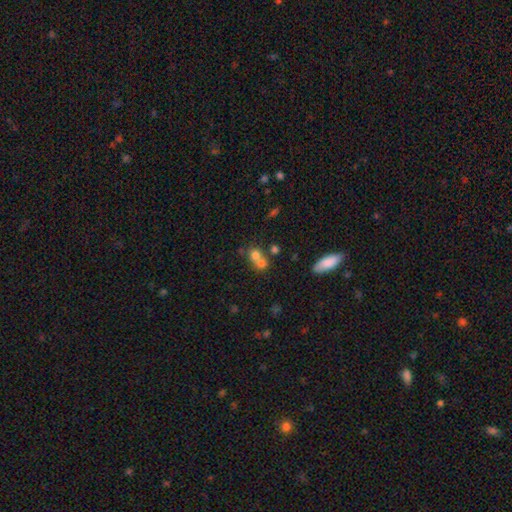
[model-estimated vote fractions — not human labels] Smooth or featured?
  - smooth: 71% *
  - featured or disk: 16%
  - star or artifact: 13%
How rounded?
  - round: 72% *
  - in between: 26%
  - cigar-shaped: 1%
Merging?
  - merger: 59% *
  - none: 31%
  - minor disturbance: 6%
  - major disturbance: 3%